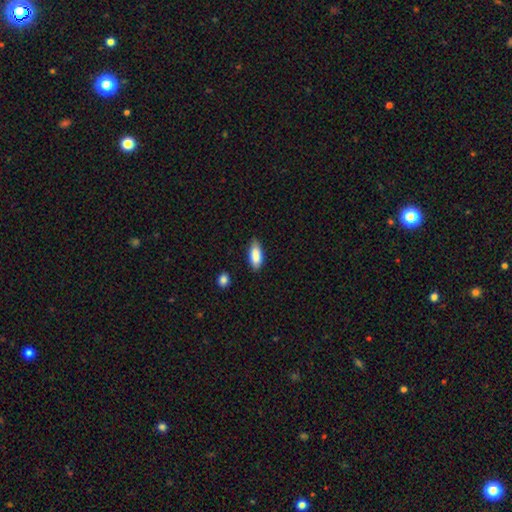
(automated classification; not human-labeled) Smooth or featured? smooth (87%)
How rounded? in between (83%)
Merging? none (78%)